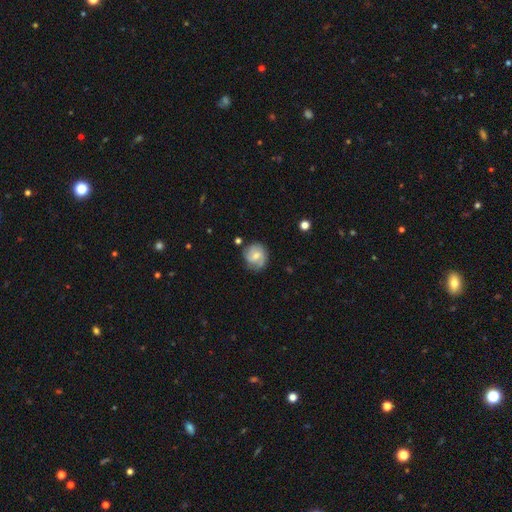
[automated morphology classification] A featured or disk galaxy (54%) with a weak bar (48%), spiral arms (87%) and a moderate central bulge (48%). Merging: none (71%).